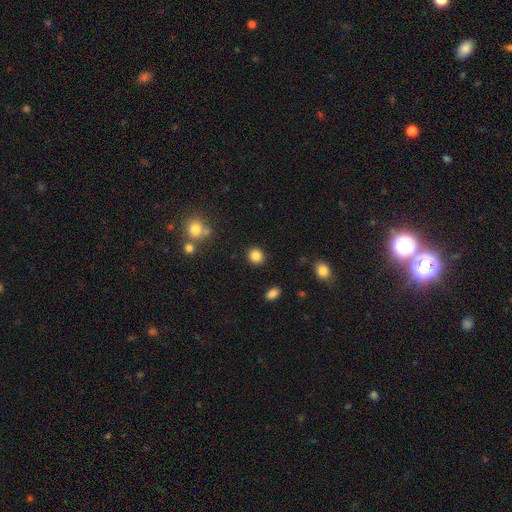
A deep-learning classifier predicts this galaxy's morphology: This is clearly a smooth galaxy (86%). How rounded: clearly round (84%). Merging: clearly none (90%).